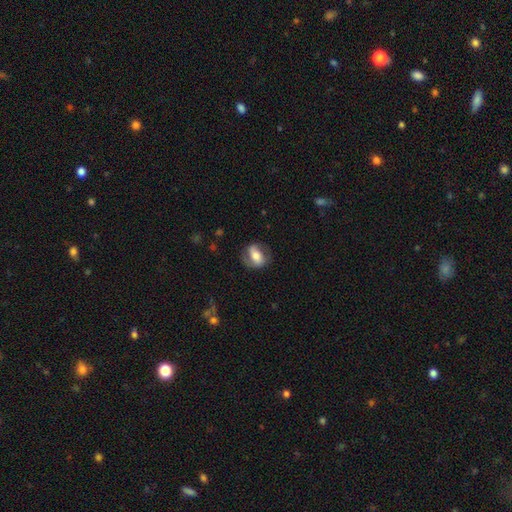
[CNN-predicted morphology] type=smooth (49%); merging=none (70%).